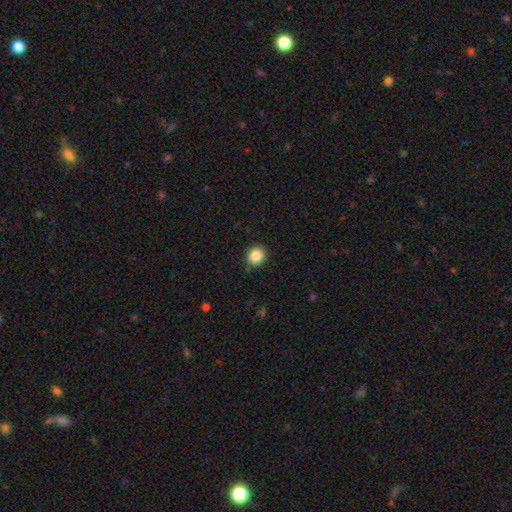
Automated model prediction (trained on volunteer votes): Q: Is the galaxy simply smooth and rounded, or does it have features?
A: smooth — 86%.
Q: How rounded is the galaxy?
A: round — 74%.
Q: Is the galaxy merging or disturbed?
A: none — 88%.